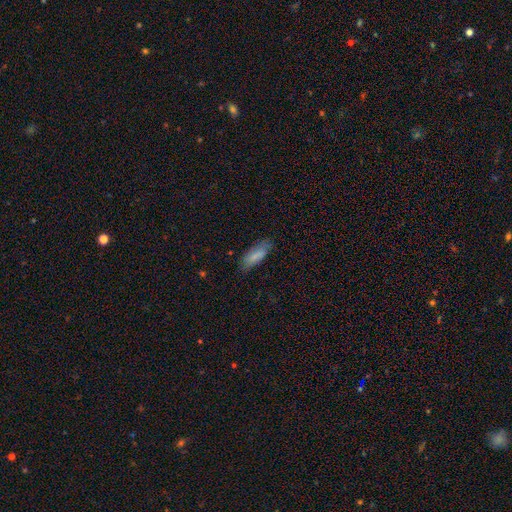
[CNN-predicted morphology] This is clearly a smooth galaxy (82%). How rounded: likely in between (63%). Merging: likely none (75%).